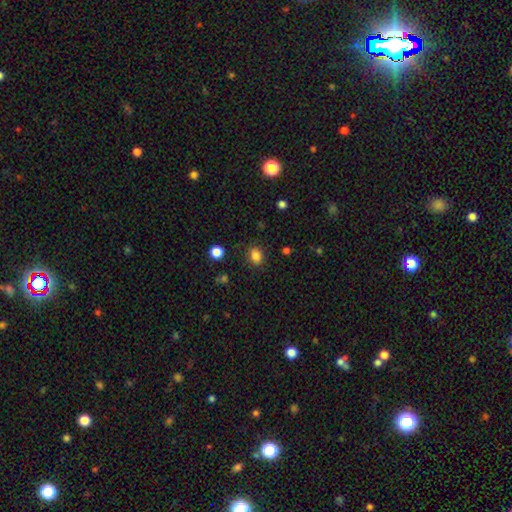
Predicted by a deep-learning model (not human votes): smooth-or-featured: smooth: 85% | star or artifact: 11% | featured or disk: 4%
  how-rounded: in between: 64% | round: 35% | cigar-shaped: 1%
  merging: none: 83% | minor disturbance: 12% | major disturbance: 4% | merger: 2%